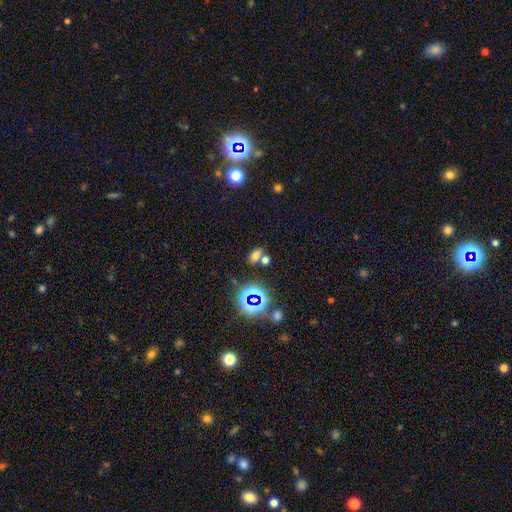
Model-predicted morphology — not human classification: The model was most divided on "smooth or featured": smooth: 61%, star or artifact: 29%, featured or disk: 10%. More confident: how rounded — in between (77%); merging — none (60%).